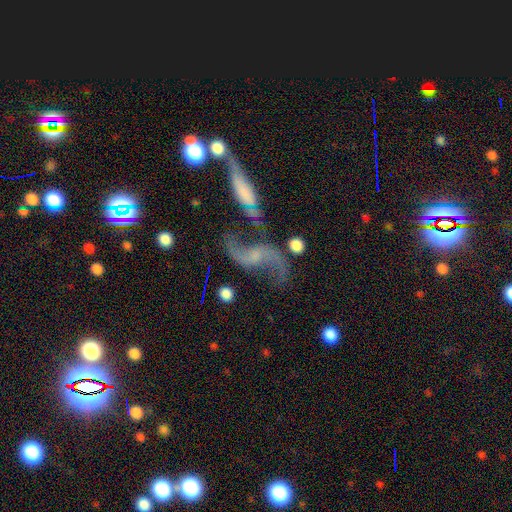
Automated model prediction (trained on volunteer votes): This appears to be a featured or disk galaxy (84%) with no bar (53%), 2 (92%) loose (85%) spiral arms (93%) and a small central bulge (49%). Merging: none (46%).